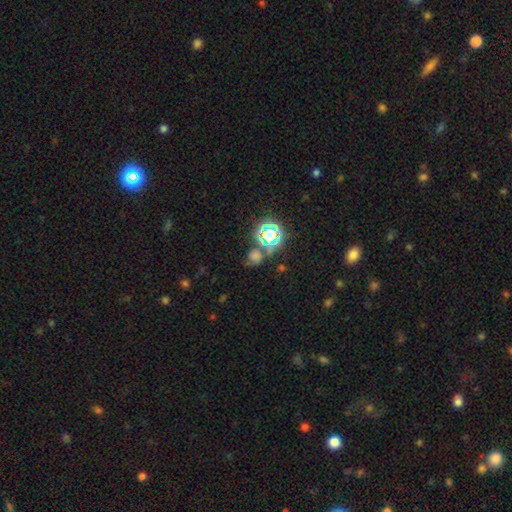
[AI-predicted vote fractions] A star or artifact, not a galaxy (51%).